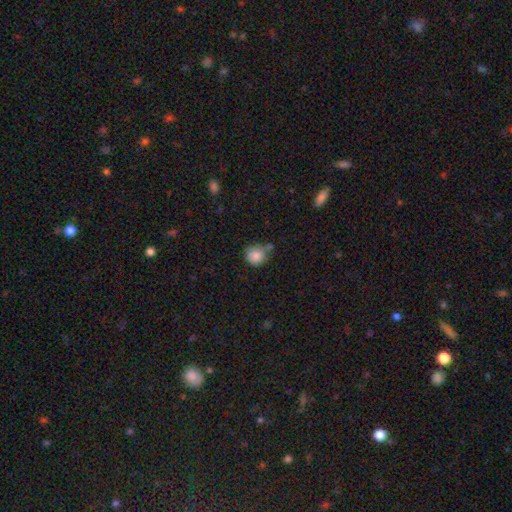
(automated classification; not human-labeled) Overall: smooth (86%). How rounded: round (88%). Merging: none (59%; minor disturbance 21%).